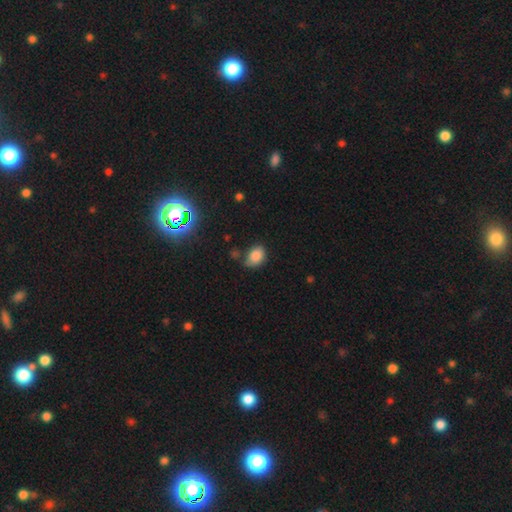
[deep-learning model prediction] Smooth or featured: smooth — 82% (star or artifact — 11%)
How rounded: in between — 72% (round — 27%)
Merging: none — 61% (minor disturbance — 27%)